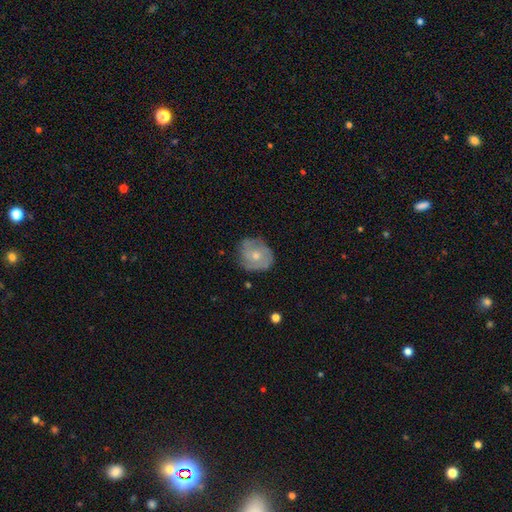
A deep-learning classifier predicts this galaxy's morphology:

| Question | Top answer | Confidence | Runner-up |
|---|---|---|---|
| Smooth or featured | featured or disk | 48% | smooth (45%) |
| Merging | none | 65% | minor disturbance (25%) |